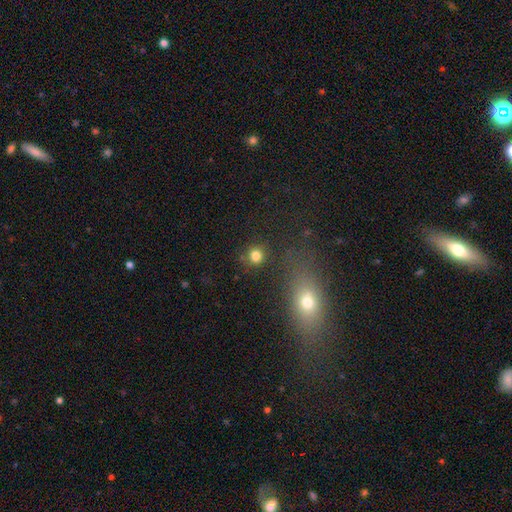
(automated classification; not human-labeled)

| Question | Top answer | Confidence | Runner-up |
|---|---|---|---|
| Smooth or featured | smooth | 81% | star or artifact (14%) |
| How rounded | round | 90% | in between (9%) |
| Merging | none | 85% | minor disturbance (7%) |